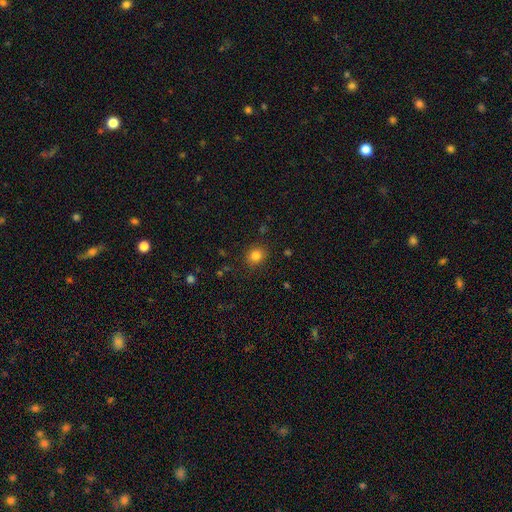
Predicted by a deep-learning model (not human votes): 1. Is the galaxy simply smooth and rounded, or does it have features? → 82% smooth, 12% star or artifact, 5% featured or disk.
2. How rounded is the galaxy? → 78% round, 21% in between, 1% cigar-shaped.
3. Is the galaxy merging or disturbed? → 88% none, 8% minor disturbance, 3% major disturbance, 1% merger.